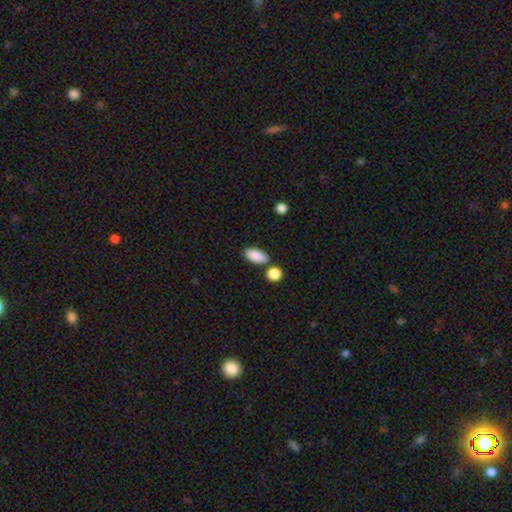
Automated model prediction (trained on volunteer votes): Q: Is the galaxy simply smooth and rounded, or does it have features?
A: smooth — 89%.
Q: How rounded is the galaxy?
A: in between — 91%.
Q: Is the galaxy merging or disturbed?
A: none — 74%.